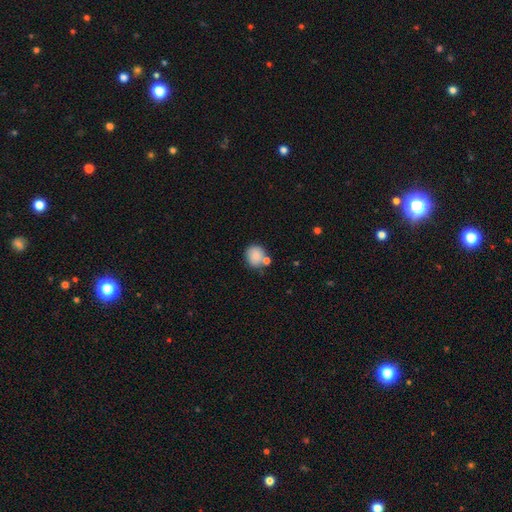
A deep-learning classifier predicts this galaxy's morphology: A smooth galaxy with no disk features (82%) that is round (82%). Merging: none (61%).